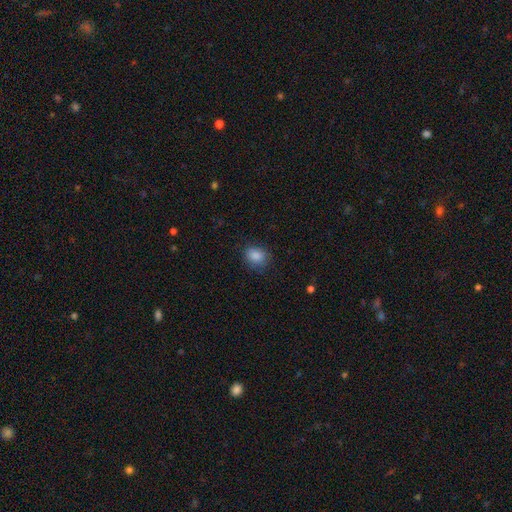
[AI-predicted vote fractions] Smooth or featured? smooth (86%)
How rounded? round (52%)
Merging? none (80%)